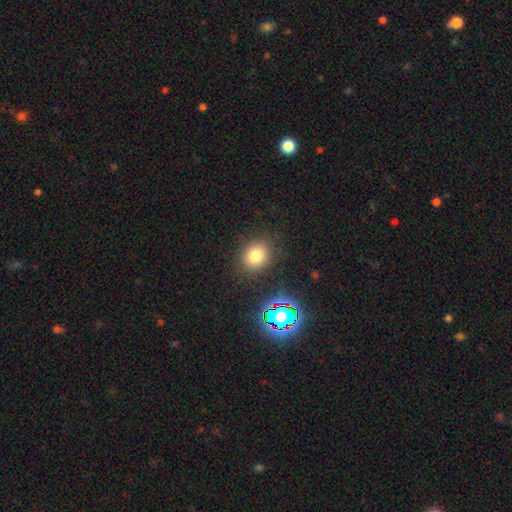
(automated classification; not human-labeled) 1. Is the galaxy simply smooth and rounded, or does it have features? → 76% smooth, 16% star or artifact, 8% featured or disk.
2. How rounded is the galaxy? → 64% round, 35% in between, 1% cigar-shaped.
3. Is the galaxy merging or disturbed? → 84% none, 10% minor disturbance, 4% major disturbance, 2% merger.